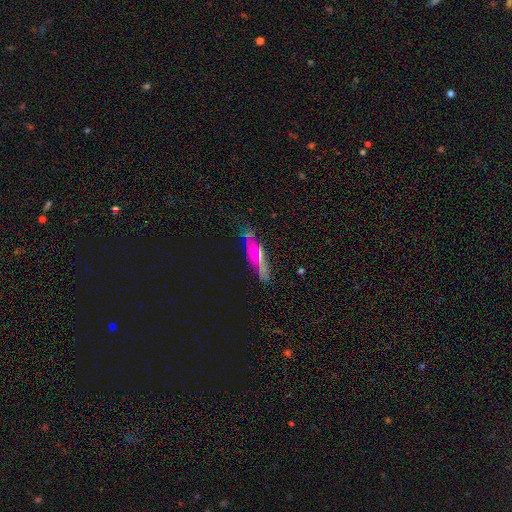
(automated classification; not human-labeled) featured or disk 58%, smooth 28%, star or artifact 15%. Down the decision tree: edge-on disk — yes (80%); merging — none (77%).